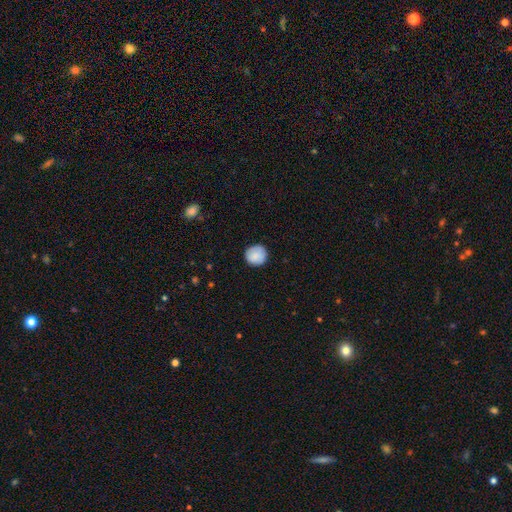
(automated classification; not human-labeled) smooth_or_featured: smooth (p=0.85) [alt: featured or disk p=0.08]
how_rounded: round (p=0.93) [alt: in between p=0.06]
merging: none (p=0.86) [alt: minor disturbance p=0.11]